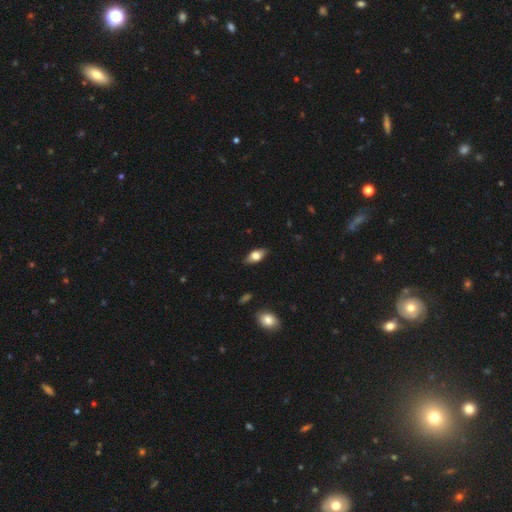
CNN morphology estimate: type=smooth (64%); roundness=in between (85%); merging=none (84%).